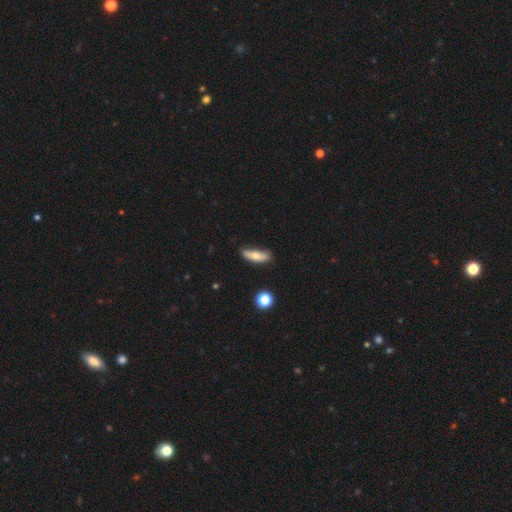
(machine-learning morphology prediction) Smooth or featured? Predicted: smooth (p=0.64). How rounded? Predicted: in between (p=0.49). Merging? Predicted: none (p=0.57).